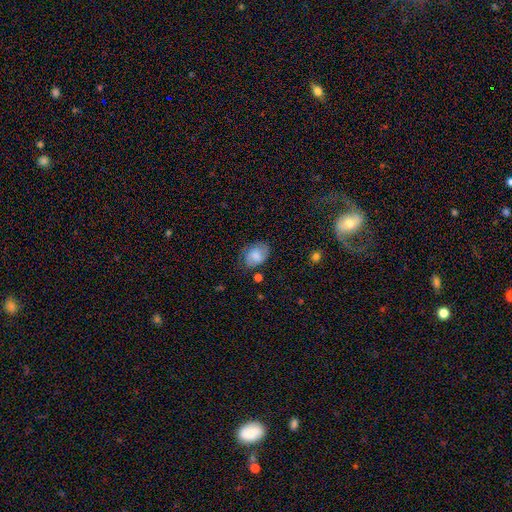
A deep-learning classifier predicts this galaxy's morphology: Smooth or featured?
  - smooth: 67% *
  - featured or disk: 24%
  - star or artifact: 9%
How rounded?
  - in between: 69% *
  - round: 30%
  - cigar-shaped: 1%
Merging?
  - none: 60% *
  - minor disturbance: 27%
  - major disturbance: 9%
  - merger: 3%